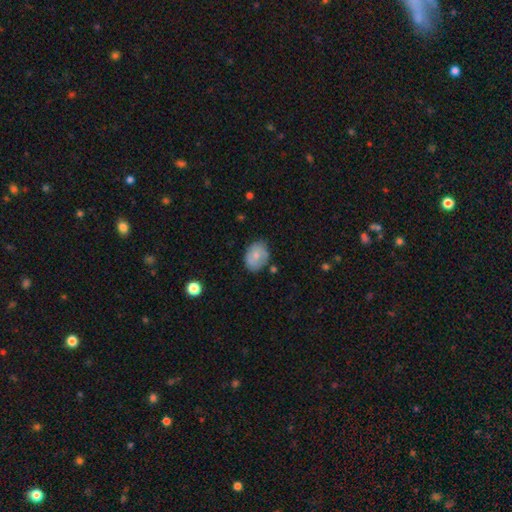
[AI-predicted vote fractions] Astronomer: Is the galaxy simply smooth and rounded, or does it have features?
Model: smooth — 69%.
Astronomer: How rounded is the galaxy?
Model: in between — 64%.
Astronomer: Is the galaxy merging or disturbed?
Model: none — 70%.